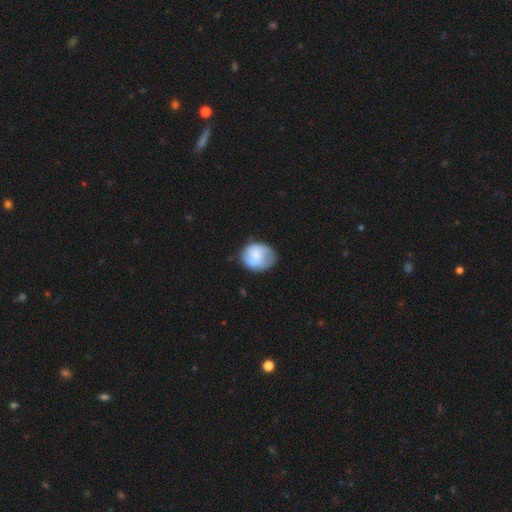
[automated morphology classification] type=smooth (66%); roundness=round (60%); merging=none (65%).